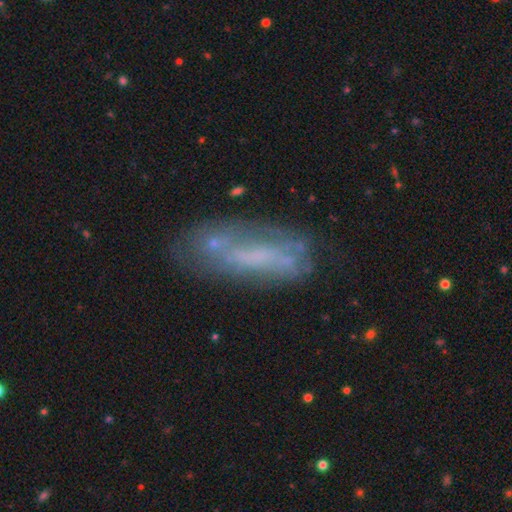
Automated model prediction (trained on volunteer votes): Q: Smooth or featured?
A: featured or disk (48%); runner-up: smooth (38%)
Q: Merging?
A: none (52%); runner-up: minor disturbance (23%)